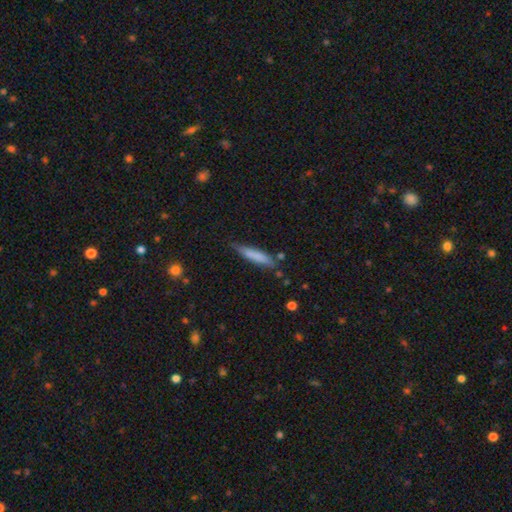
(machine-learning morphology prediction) This appears to be a smooth galaxy with no disk features (75%) that is cigar-shaped (87%). Merging: none (71%).